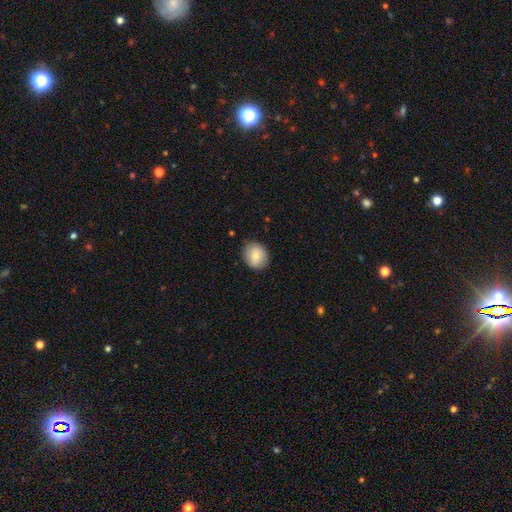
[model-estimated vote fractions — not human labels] Smooth or featured?
  - smooth: 79% *
  - featured or disk: 13%
  - star or artifact: 8%
How rounded?
  - round: 66% *
  - in between: 33%
  - cigar-shaped: 1%
Merging?
  - none: 85% *
  - minor disturbance: 12%
  - major disturbance: 3%
  - merger: 1%